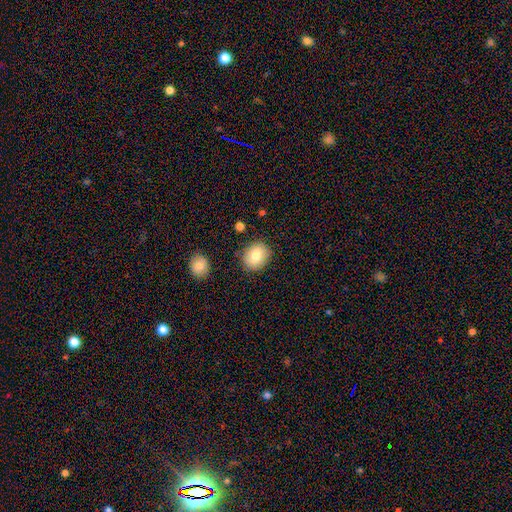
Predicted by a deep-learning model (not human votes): Smooth or featured? Predicted: smooth (p=0.79). How rounded? Predicted: round (p=0.62). Merging? Predicted: none (p=0.85).